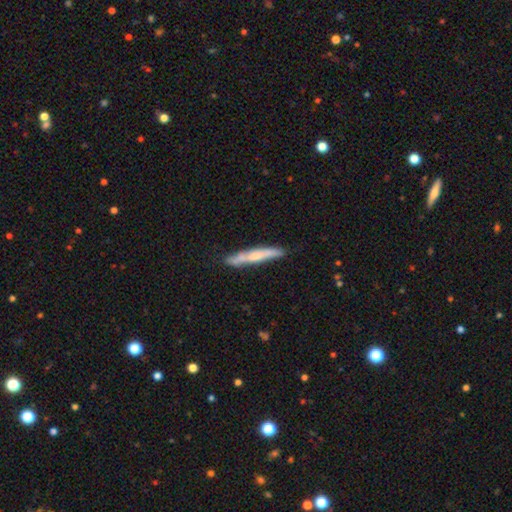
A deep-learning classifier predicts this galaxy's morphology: smooth 49%, featured or disk 46%, star or artifact 5%. Down the decision tree: merging — none (77%).